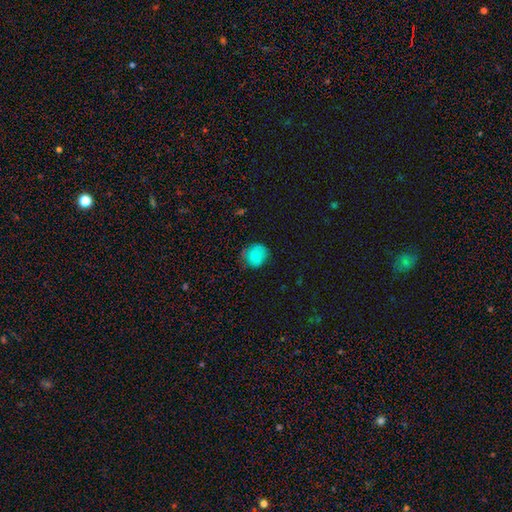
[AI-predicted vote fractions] smooth 80%, featured or disk 11%, star or artifact 9%. Down the decision tree: how rounded — round (80%); merging — none (65%).